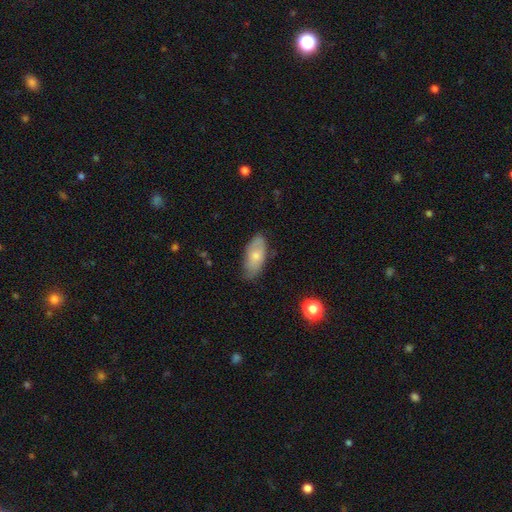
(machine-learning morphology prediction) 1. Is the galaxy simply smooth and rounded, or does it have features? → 65% smooth, 28% featured or disk, 7% star or artifact.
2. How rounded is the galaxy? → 90% in between, 7% cigar-shaped, 3% round.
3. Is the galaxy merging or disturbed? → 65% none, 28% minor disturbance, 6% major disturbance, 2% merger.